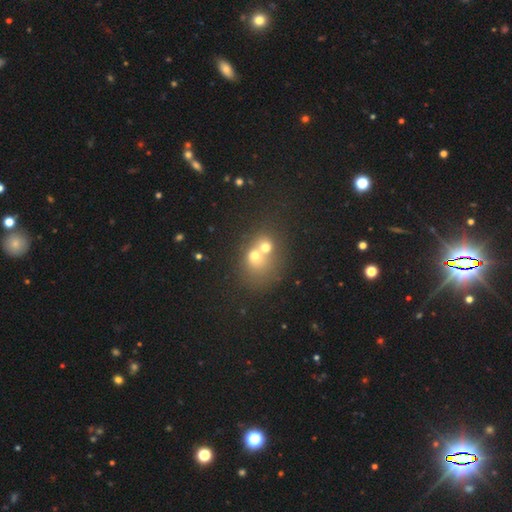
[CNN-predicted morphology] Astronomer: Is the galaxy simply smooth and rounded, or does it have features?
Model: smooth — 56%.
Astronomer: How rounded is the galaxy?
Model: round — 68%.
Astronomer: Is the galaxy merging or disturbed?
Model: merger — 63%.